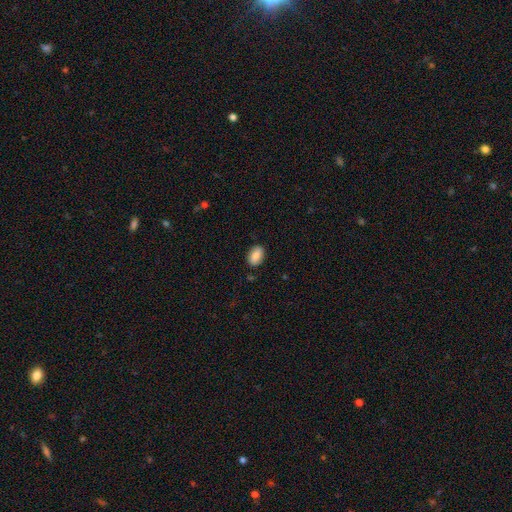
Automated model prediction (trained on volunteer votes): smooth-or-featured: smooth: 83% | featured or disk: 10% | star or artifact: 7%
  how-rounded: in between: 84% | round: 15% | cigar-shaped: 1%
  merging: none: 86% | minor disturbance: 10% | major disturbance: 2% | merger: 1%